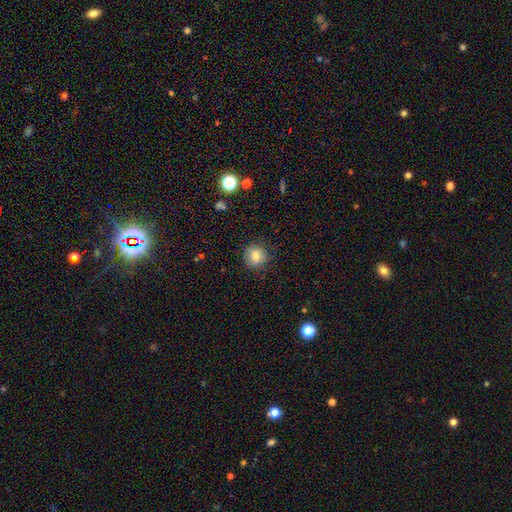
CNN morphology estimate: This is clearly a smooth galaxy (82%). How rounded: clearly round (86%). Merging: clearly none (83%).